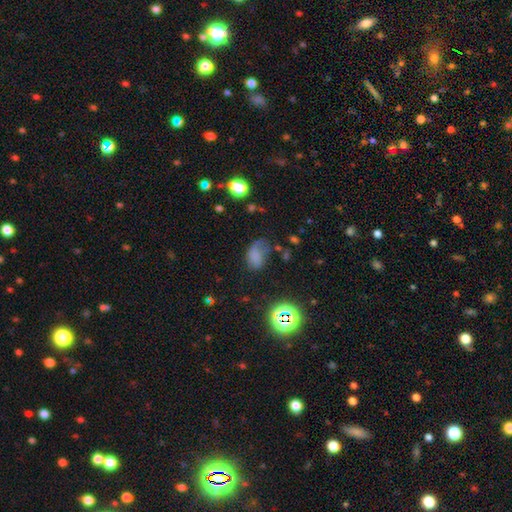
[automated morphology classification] type=smooth (68%); roundness=in between (84%); merging=none (39%).